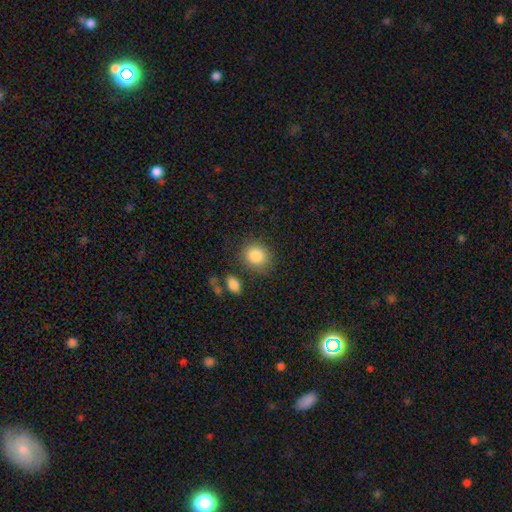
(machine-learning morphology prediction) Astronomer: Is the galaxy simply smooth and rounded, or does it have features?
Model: smooth — 85%.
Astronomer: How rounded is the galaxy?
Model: round — 72%.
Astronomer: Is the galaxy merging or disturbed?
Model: none — 78%.